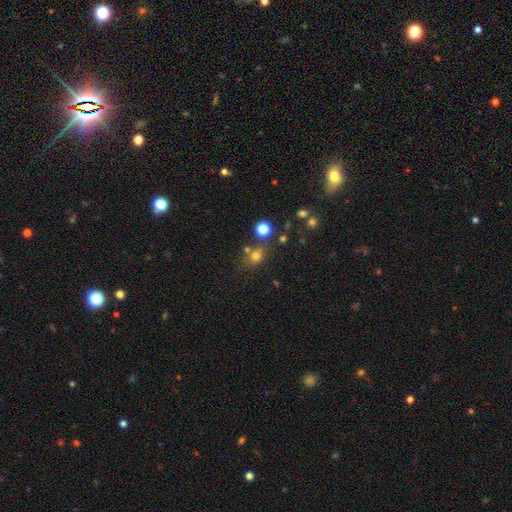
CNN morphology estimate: This is likely a smooth galaxy (72%). How rounded: likely round (63%). Merging: likely none (61%).